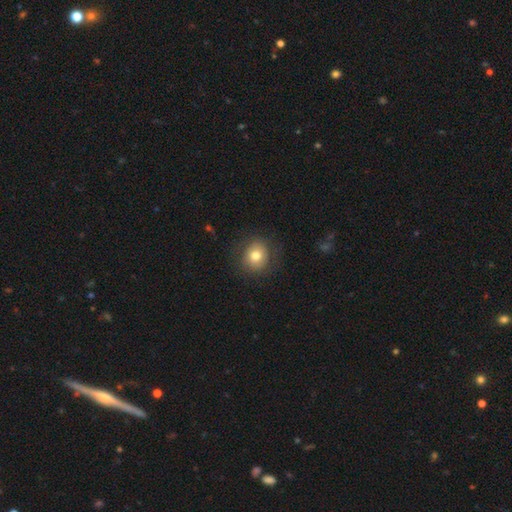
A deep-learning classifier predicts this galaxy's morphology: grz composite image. It shows a smooth galaxy with no disk features (75%) that is round (77%). Merging: none (81%).